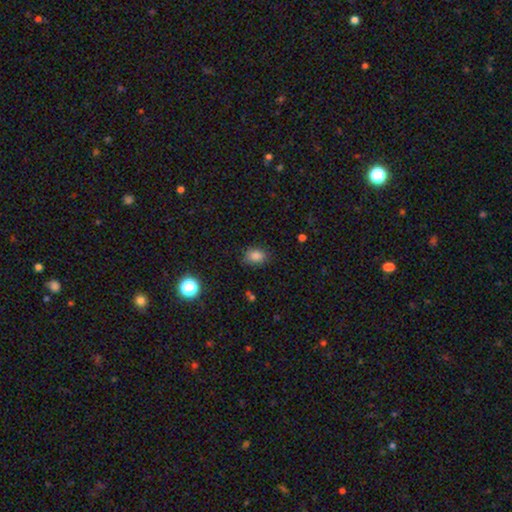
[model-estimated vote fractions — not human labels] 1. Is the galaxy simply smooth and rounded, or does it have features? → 83% smooth, 12% star or artifact, 5% featured or disk.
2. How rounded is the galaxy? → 70% in between, 29% round, 1% cigar-shaped.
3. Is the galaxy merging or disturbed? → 81% none, 15% minor disturbance, 3% major disturbance, 1% merger.